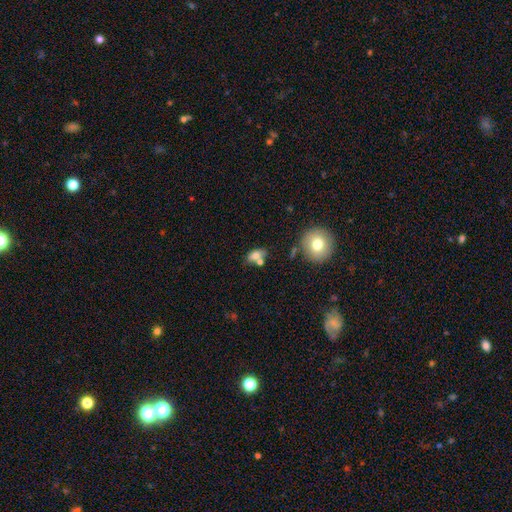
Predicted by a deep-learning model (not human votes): This is likely a smooth galaxy (72%). How rounded: likely in between (77%). Merging: possibly none (51%).